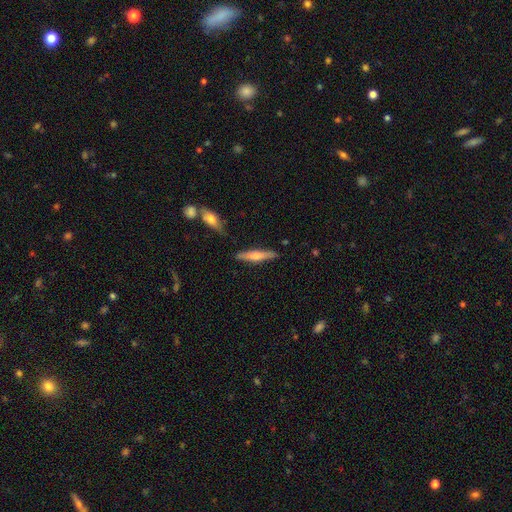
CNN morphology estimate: This appears to be a smooth galaxy with no disk features (53%) that is cigar-shaped (87%). Merging: none (85%).